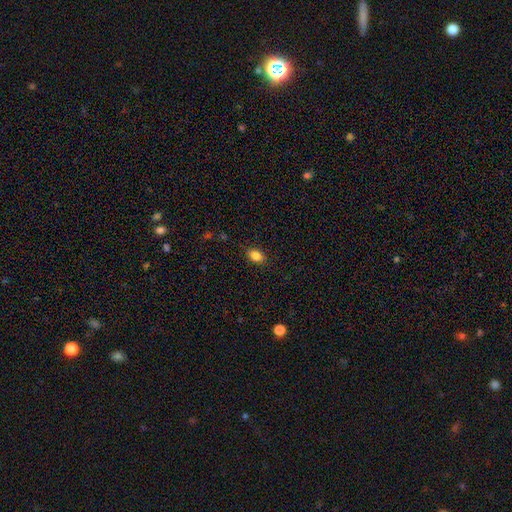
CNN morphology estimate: smooth_or_featured: smooth (p=0.86) [alt: star or artifact p=0.09]
how_rounded: in between (p=0.79) [alt: round p=0.19]
merging: none (p=0.87) [alt: minor disturbance p=0.09]